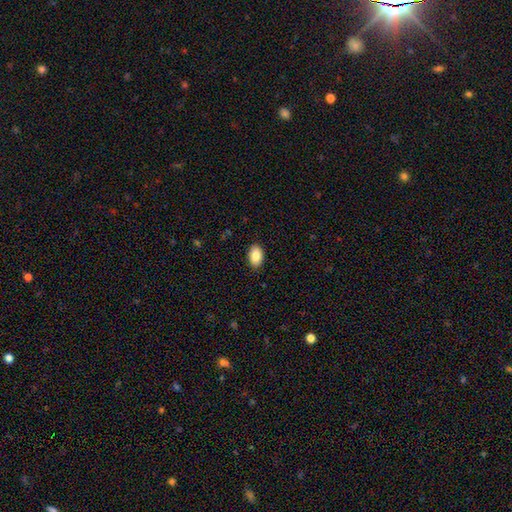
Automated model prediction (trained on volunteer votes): The model was most divided on "merging": none: 89%, minor disturbance: 8%, major disturbance: 2%, merger: 1%. More confident: how rounded — in between (92%); smooth or featured — smooth (88%).